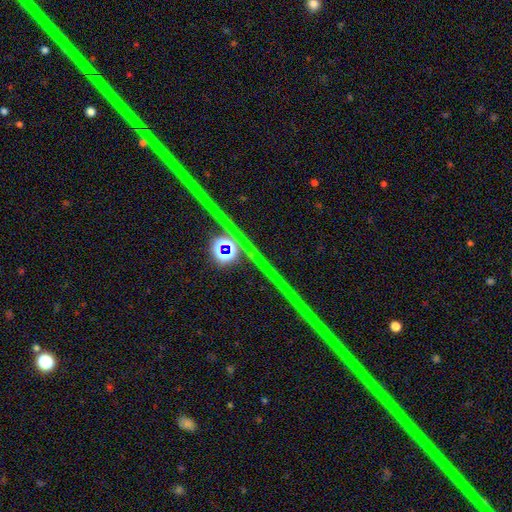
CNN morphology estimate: Q: Smooth or featured?
A: star or artifact (80%); runner-up: featured or disk (12%)